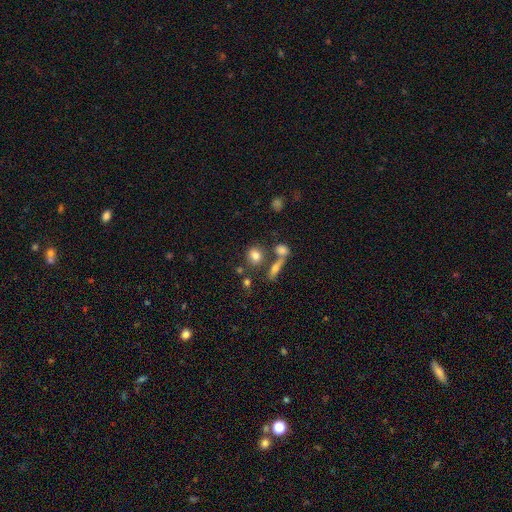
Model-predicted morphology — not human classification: A smooth galaxy with no disk features (78%) that is round (62%). Merging: none (63%).